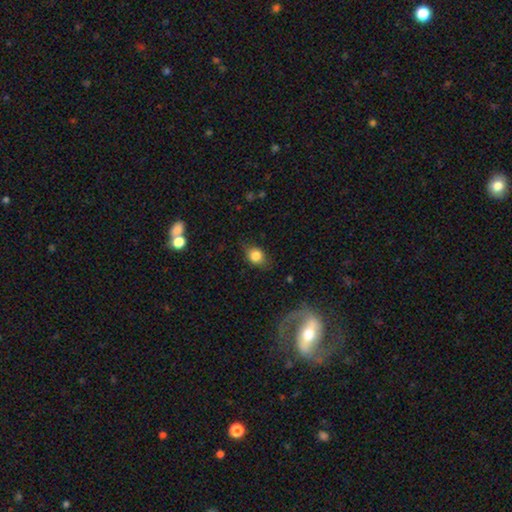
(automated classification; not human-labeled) smooth 81%, star or artifact 10%, featured or disk 9%. Down the decision tree: how rounded — in between (51%); merging — none (74%).